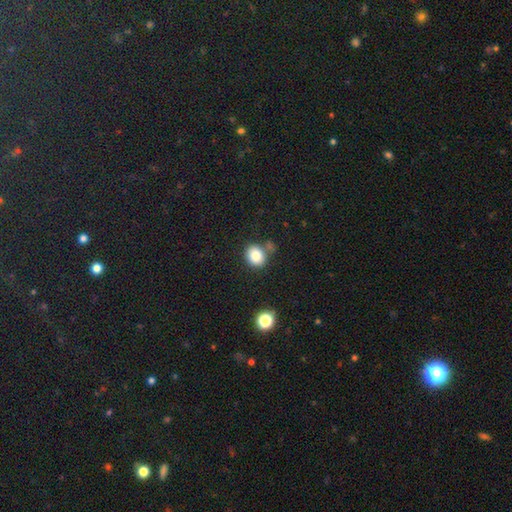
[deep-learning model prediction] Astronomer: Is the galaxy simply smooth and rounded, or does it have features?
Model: smooth — 83%.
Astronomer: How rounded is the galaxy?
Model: round — 65%.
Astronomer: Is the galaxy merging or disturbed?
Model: none — 72%.